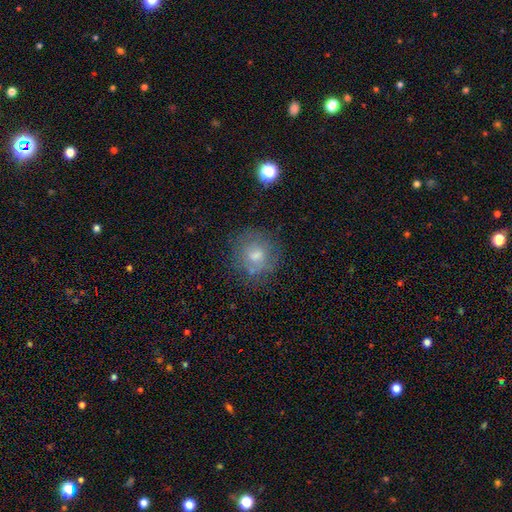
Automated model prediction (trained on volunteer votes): A smooth galaxy with no disk features (59%) that is round (86%).

Vote fractions:
- Smooth or featured? smooth: 59% / featured or disk: 26% / star or artifact: 15%
- How rounded? round: 86% / in between: 13% / cigar-shaped: 1%
- Merging? none: 71% / minor disturbance: 18% / major disturbance: 8% / merger: 3%